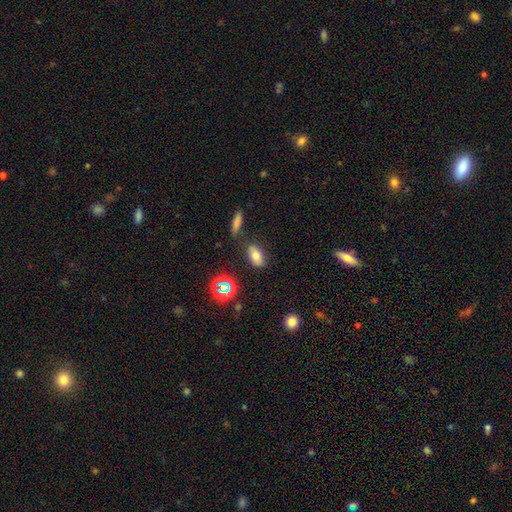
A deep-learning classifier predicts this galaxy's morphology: Overall: smooth (70%). How rounded: in between (86%). Merging: none (76%).